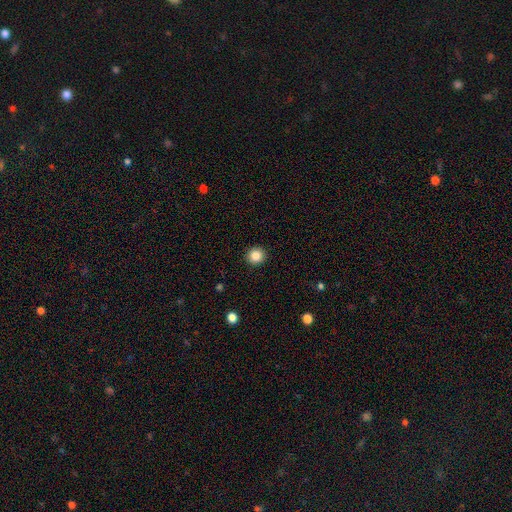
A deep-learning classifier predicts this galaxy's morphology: This appears to be a smooth galaxy with no disk features (85%) that is round (92%). Merging: none (93%).